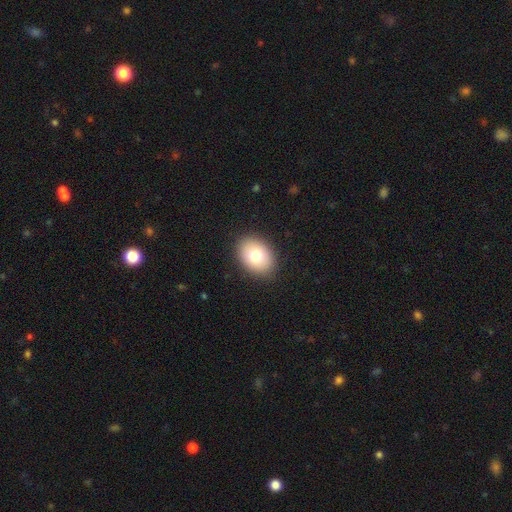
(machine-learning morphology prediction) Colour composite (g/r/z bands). It shows a smooth galaxy with no disk features (77%) that is in between round and cigar-shaped (72%). Merging: none (89%).